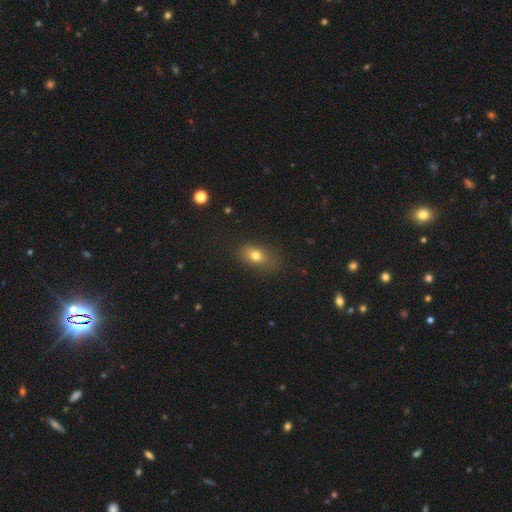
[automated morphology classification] This is likely a smooth galaxy (74%). How rounded: likely in between (75%). Merging: likely none (71%).